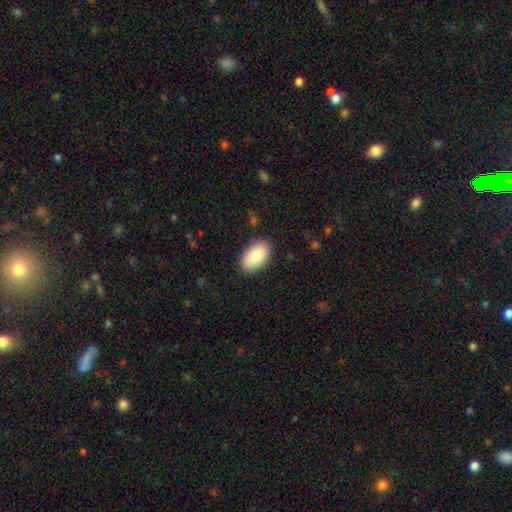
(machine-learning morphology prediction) Smooth or featured? Predicted: smooth (p=0.87). How rounded? Predicted: in between (p=0.95). Merging? Predicted: none (p=0.86).